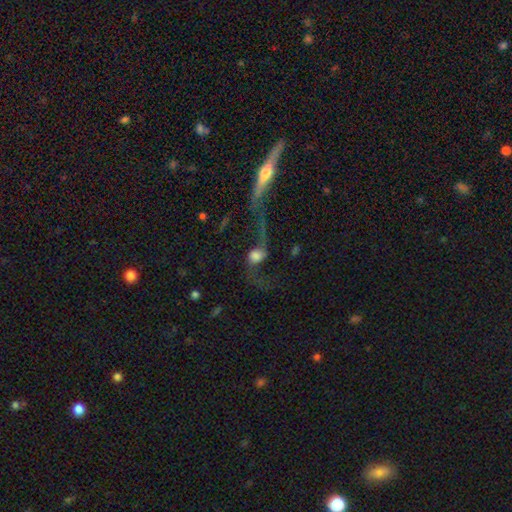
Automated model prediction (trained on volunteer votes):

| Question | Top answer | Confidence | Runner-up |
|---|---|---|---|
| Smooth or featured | featured or disk | 66% | smooth (23%) |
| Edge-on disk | no | 92% | yes (8%) |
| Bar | no | 63% | weak (27%) |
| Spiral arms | yes | 87% | no (13%) |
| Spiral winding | loose | 91% | medium (7%) |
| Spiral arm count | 2 | 89% | 1 (5%) |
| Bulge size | large | 38% | moderate (26%) |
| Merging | none | 32% | tied: major disturbance (32%) |